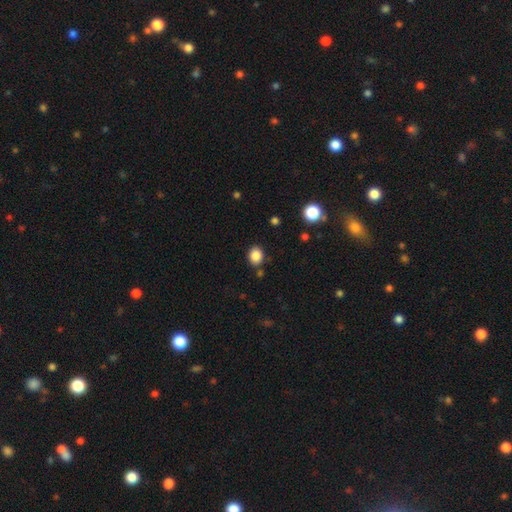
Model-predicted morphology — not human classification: smooth_or_featured: smooth (p=0.86) [alt: star or artifact p=0.10]
how_rounded: round (p=0.58) [alt: in between p=0.41]
merging: none (p=0.83) [alt: minor disturbance p=0.11]